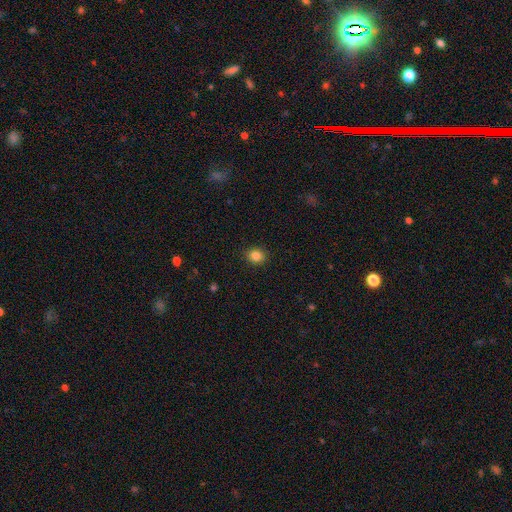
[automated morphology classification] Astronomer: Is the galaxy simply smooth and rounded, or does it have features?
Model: smooth — 85%.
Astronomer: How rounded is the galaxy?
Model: round — 71%.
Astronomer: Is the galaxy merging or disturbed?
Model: none — 90%.